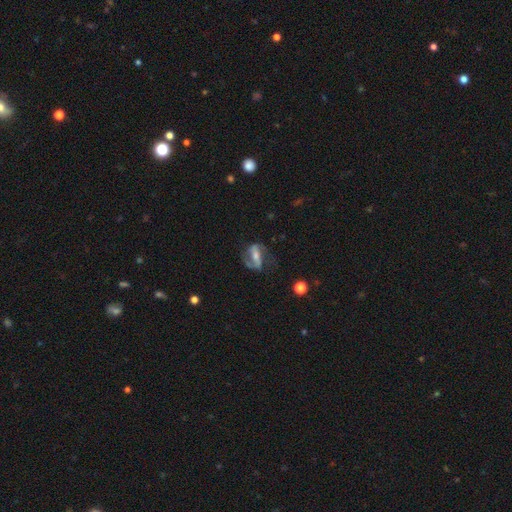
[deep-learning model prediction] Smooth or featured?
  - featured or disk: 76% *
  - smooth: 17%
  - star or artifact: 7%
Edge-on disk?
  - no: 92% *
  - yes: 8%
Bar?
  - strong: 55% *
  - weak: 27%
  - no: 18%
Spiral arms?
  - yes: 87% *
  - no: 13%
Spiral winding?
  - medium: 46% *
  - loose: 34%
  - tight: 20%
Spiral arm count?
  - 2: 83% *
  - 1: 8%
  - can't tell: 6%
  - 3: 1%
  - 4: 1%
  - more than 4: 1%
Bulge size?
  - moderate: 48% *
  - small: 33%
  - large: 10%
  - none: 7%
  - dominant: 2%
Merging?
  - none: 60% *
  - minor disturbance: 19%
  - major disturbance: 18%
  - merger: 2%